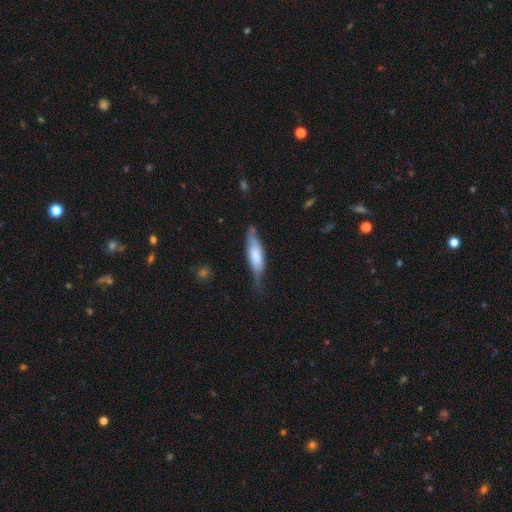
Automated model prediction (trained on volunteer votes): The model was most divided on "merging": none: 48%, minor disturbance: 37%, major disturbance: 12%, merger: 3%. More confident: smooth or featured — smooth (59%); how rounded — cigar-shaped (56%).